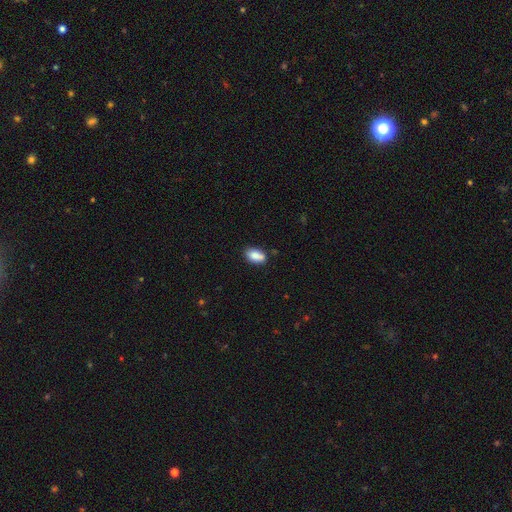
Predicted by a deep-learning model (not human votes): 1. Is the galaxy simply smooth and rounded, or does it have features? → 84% smooth, 8% featured or disk, 8% star or artifact.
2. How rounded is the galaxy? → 91% in between, 6% round, 3% cigar-shaped.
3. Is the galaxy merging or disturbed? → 72% none, 17% minor disturbance, 8% merger, 3% major disturbance.